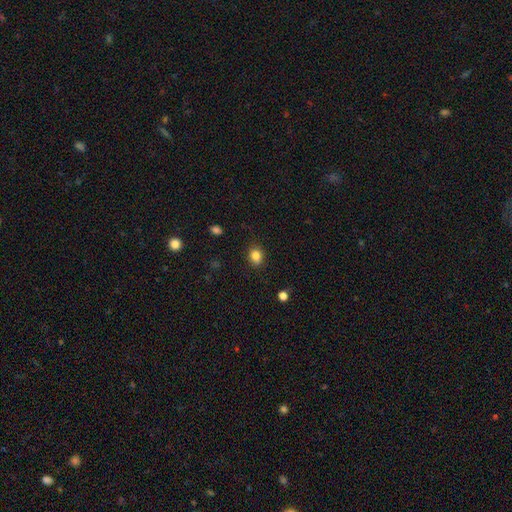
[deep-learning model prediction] Smooth or featured?
  - smooth: 83% *
  - star or artifact: 11%
  - featured or disk: 6%
How rounded?
  - round: 53% *
  - in between: 46%
  - cigar-shaped: 1%
Merging?
  - none: 83% *
  - minor disturbance: 13%
  - major disturbance: 3%
  - merger: 2%